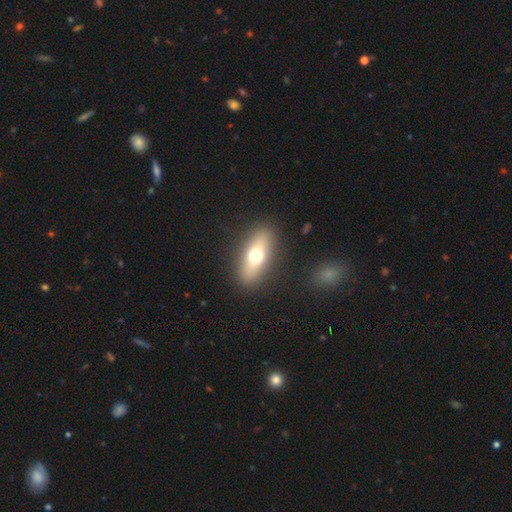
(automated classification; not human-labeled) Smooth or featured? Predicted: smooth (p=0.62). How rounded? Predicted: in between (p=0.66). Merging? Predicted: none (p=0.88).